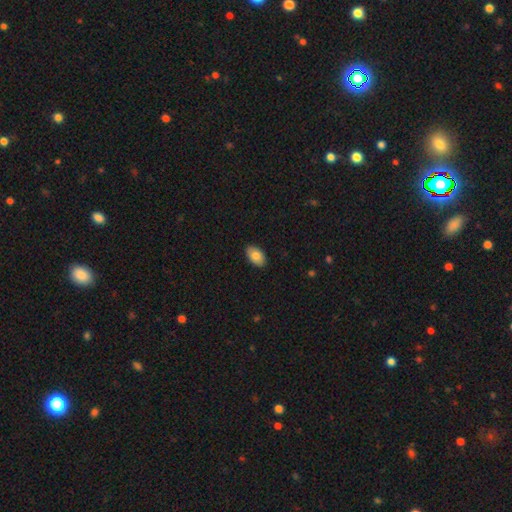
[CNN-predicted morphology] A smooth galaxy with no disk features (81%) that is in between round and cigar-shaped (93%).

Vote fractions:
- Smooth or featured? smooth: 81% / featured or disk: 13% / star or artifact: 7%
- How rounded? in between: 93% / round: 6% / cigar-shaped: 1%
- Merging? none: 89% / minor disturbance: 8% / major disturbance: 2% / merger: 1%